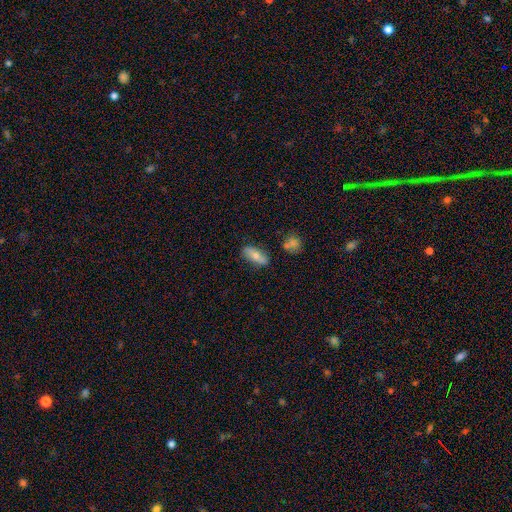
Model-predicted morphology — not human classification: A smooth galaxy with no disk features (64%) that is in between round and cigar-shaped (79%).

Vote fractions:
- Smooth or featured? smooth: 64% / featured or disk: 28% / star or artifact: 7%
- How rounded? in between: 79% / cigar-shaped: 17% / round: 4%
- Merging? none: 79% / minor disturbance: 14% / merger: 4% / major disturbance: 3%